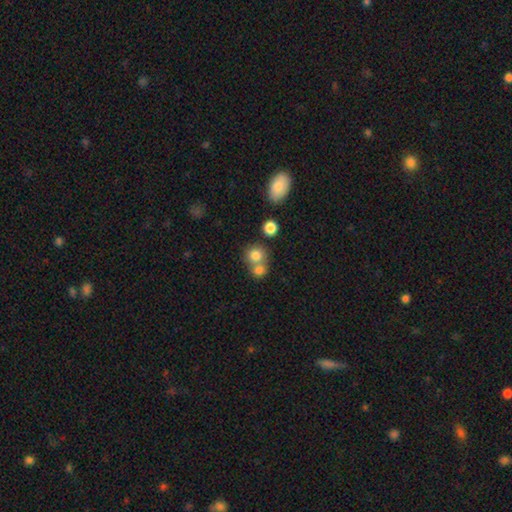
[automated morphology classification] This appears to be a smooth galaxy with no disk features (79%) that is round (85%). Merging: none (46%).